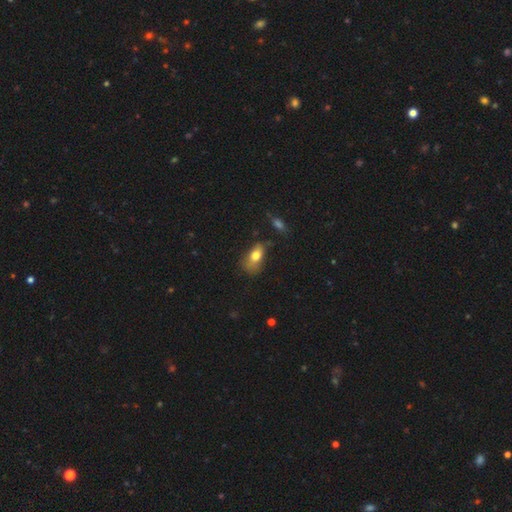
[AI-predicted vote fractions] A smooth galaxy with no disk features (75%) that is in between round and cigar-shaped (87%).

Vote fractions:
- Smooth or featured? smooth: 75% / featured or disk: 16% / star or artifact: 9%
- How rounded? in between: 87% / round: 9% / cigar-shaped: 4%
- Merging? none: 42% / minor disturbance: 32% / major disturbance: 22% / merger: 4%